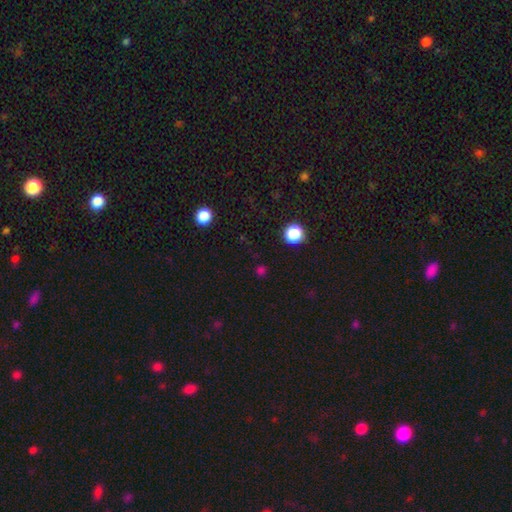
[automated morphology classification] smooth_or_featured: smooth (p=0.56) [alt: star or artifact p=0.39]
how_rounded: round (p=0.90) [alt: in between p=0.08]
merging: none (p=0.84) [alt: minor disturbance p=0.08]